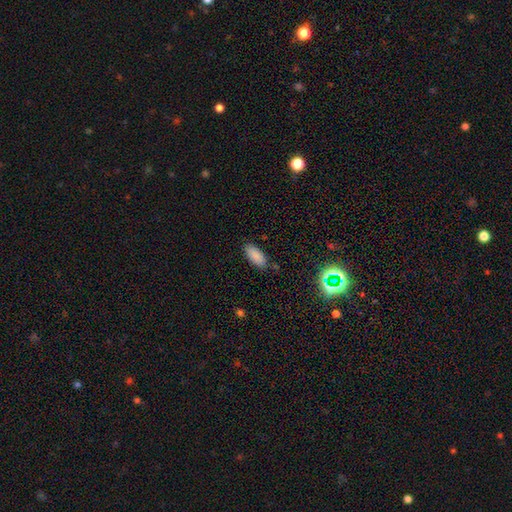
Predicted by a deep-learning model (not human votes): Morphology: type=smooth (87%); roundness=in between (86%); merging=none (84%).